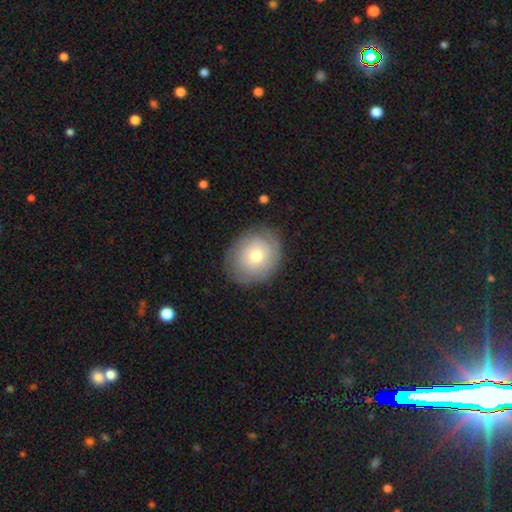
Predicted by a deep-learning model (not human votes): This appears to be a smooth galaxy with no disk features (60%) that is round (70%). Merging: none (80%).